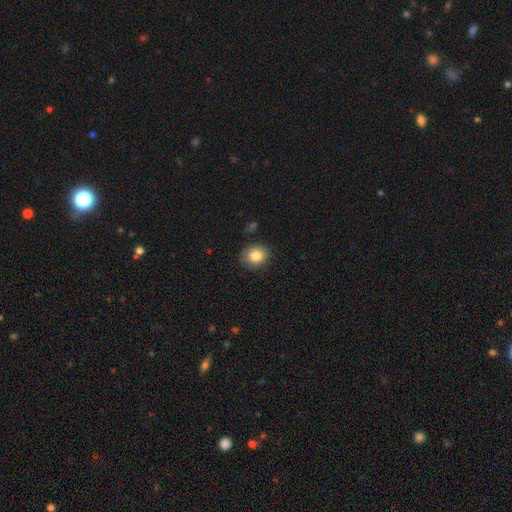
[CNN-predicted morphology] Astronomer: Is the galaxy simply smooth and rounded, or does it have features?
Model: smooth — 85%.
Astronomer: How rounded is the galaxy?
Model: round — 67%.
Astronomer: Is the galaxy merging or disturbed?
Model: none — 85%.